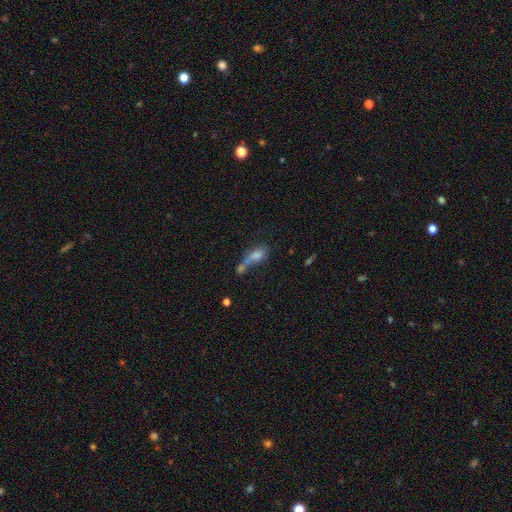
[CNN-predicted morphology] Smooth or featured: smooth — 67% (featured or disk — 22%)
How rounded: in between — 67% (cigar-shaped — 24%)
Merging: merger — 54% (none — 19%)